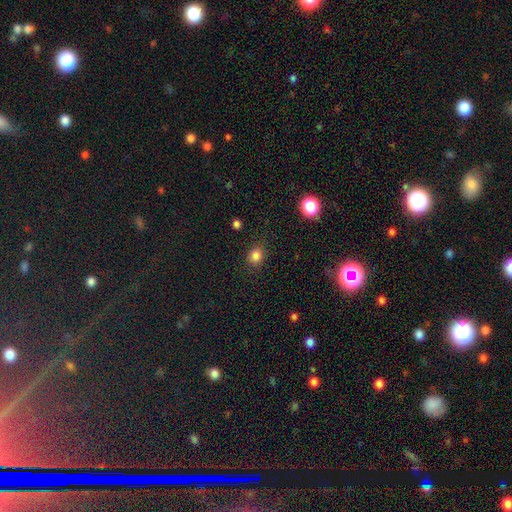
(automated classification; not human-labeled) A smooth galaxy with no disk features (83%) that is round (73%). Merging: none (86%).